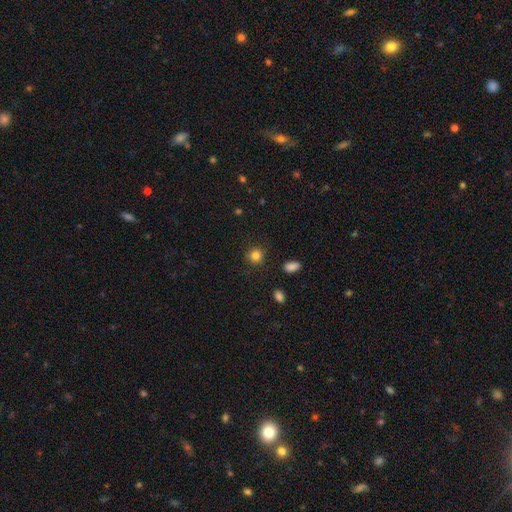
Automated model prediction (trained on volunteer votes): Smooth or featured: smooth — 83% (star or artifact — 12%)
How rounded: round — 88% (in between — 11%)
Merging: none — 88% (minor disturbance — 8%)